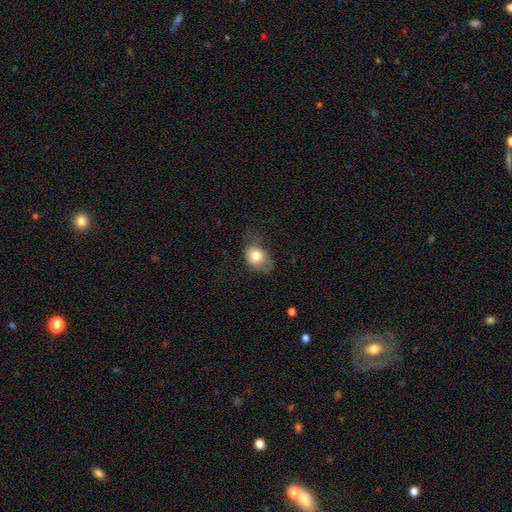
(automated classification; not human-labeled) A smooth galaxy with no disk features (76%) that is in between round and cigar-shaped (66%).

Vote fractions:
- Smooth or featured? smooth: 76% / featured or disk: 15% / star or artifact: 9%
- How rounded? in between: 66% / round: 33% / cigar-shaped: 1%
- Merging? none: 42% / minor disturbance: 36% / major disturbance: 21% / merger: 2%